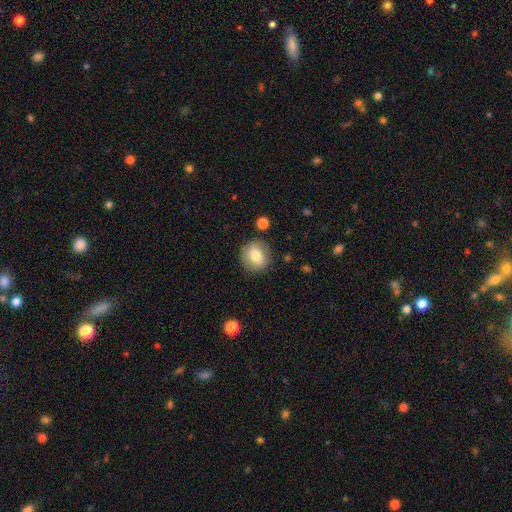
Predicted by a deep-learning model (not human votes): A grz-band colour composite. It shows a smooth galaxy with no disk features (75%) that is round (80%). Merging: none (84%).